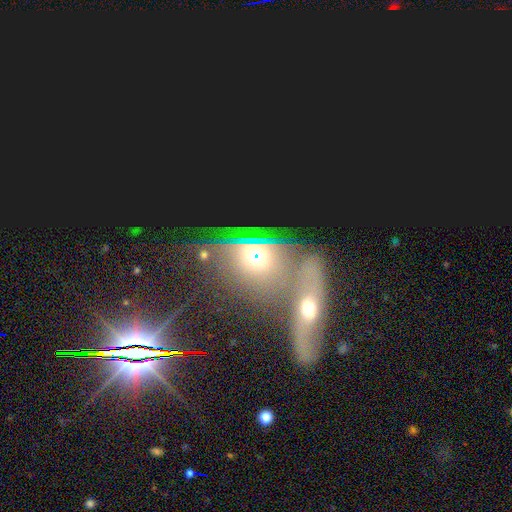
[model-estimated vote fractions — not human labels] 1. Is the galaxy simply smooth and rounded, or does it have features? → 37% smooth, 33% featured or disk, 30% star or artifact.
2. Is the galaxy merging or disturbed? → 60% merger, 23% none, 10% major disturbance, 7% minor disturbance.